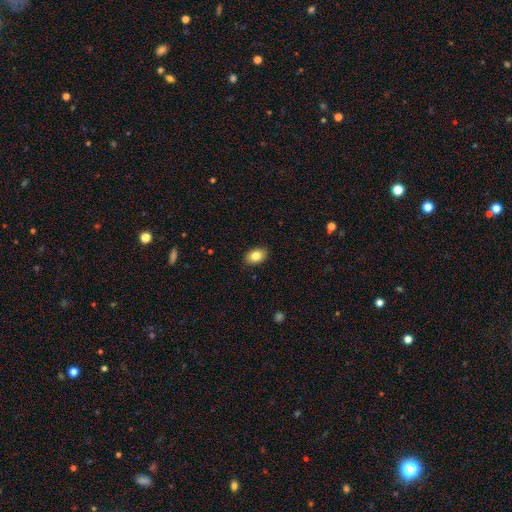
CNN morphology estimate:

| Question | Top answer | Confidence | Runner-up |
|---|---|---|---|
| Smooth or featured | smooth | 83% | star or artifact (8%) |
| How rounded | in between | 82% | round (17%) |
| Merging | none | 89% | minor disturbance (8%) |